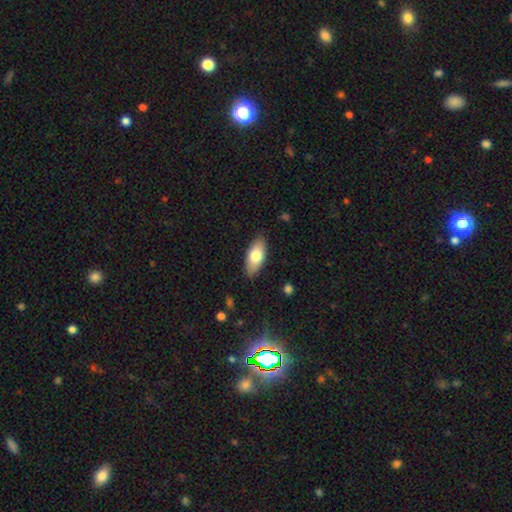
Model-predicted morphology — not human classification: A smooth galaxy with no disk features (74%) that is in between round and cigar-shaped (86%). Merging: none (87%).